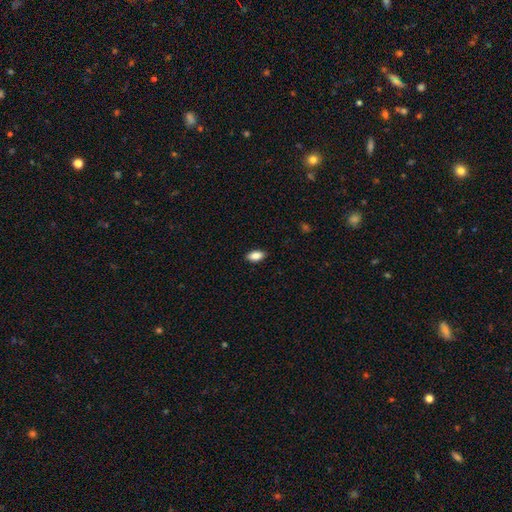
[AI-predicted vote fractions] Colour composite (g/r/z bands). It shows a smooth galaxy with no disk features (87%) that is in between round and cigar-shaped (92%). Merging: none (89%).